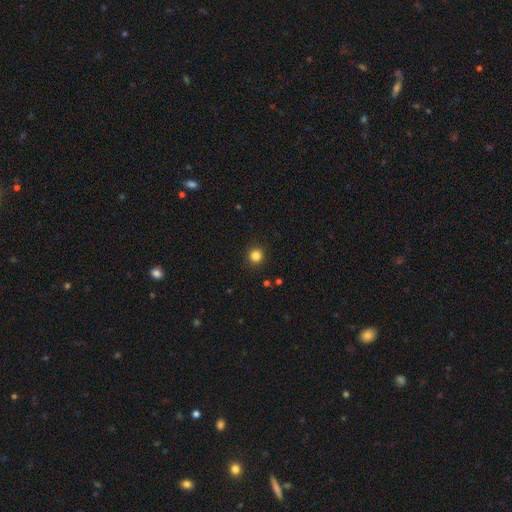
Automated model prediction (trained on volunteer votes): Morphology: type=smooth (83%); roundness=round (94%); merging=none (92%).